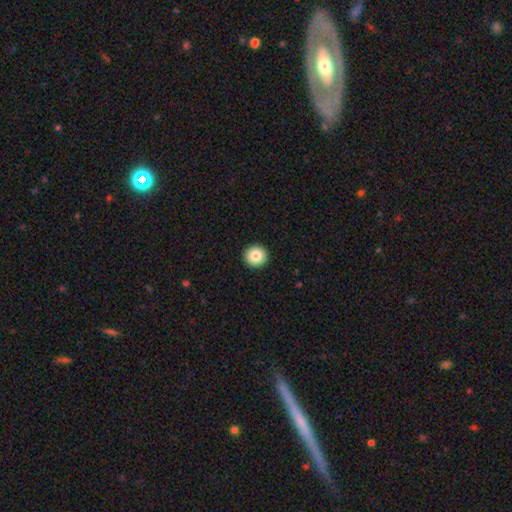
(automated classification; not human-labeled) This is clearly a smooth galaxy (85%). How rounded: clearly round (95%). Merging: clearly none (94%).